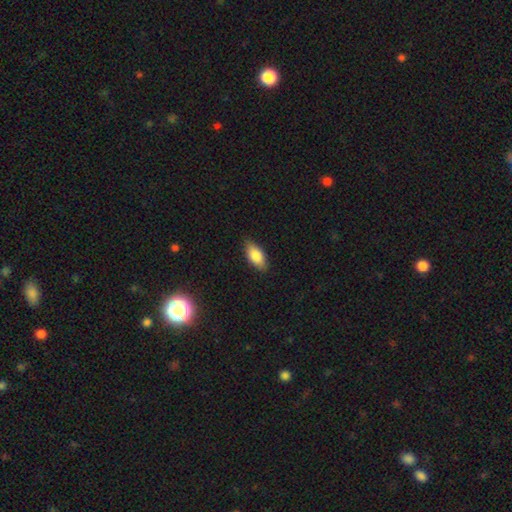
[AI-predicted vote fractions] Smooth or featured: smooth — 83% (featured or disk — 10%)
How rounded: in between — 88% (cigar-shaped — 9%)
Merging: none — 85% (minor disturbance — 11%)